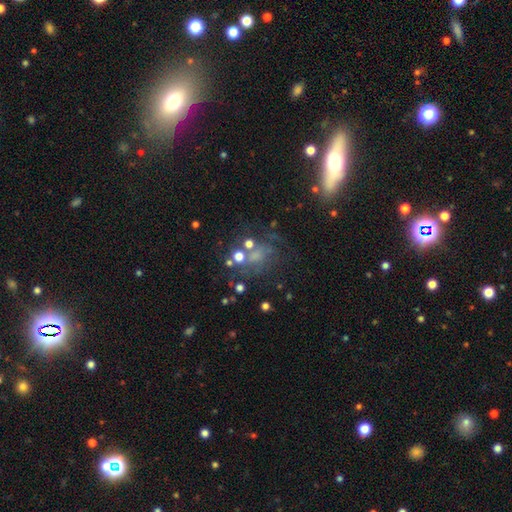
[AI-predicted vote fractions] featured or disk 36%, smooth 34%, star or artifact 29%. Down the decision tree: merging — none (50%).